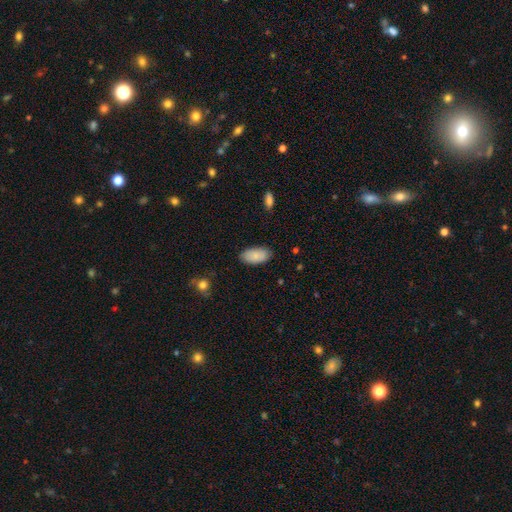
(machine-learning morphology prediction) A smooth galaxy with no disk features (85%) that is in between round and cigar-shaped (95%). Merging: none (84%).